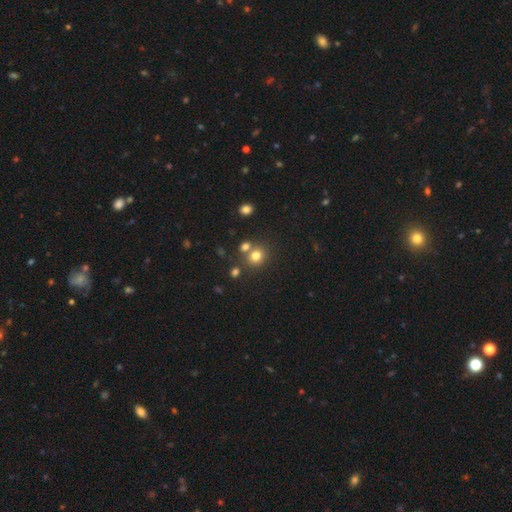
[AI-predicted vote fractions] Morphology: type=smooth (77%); roundness=round (74%); merging=none (62%).